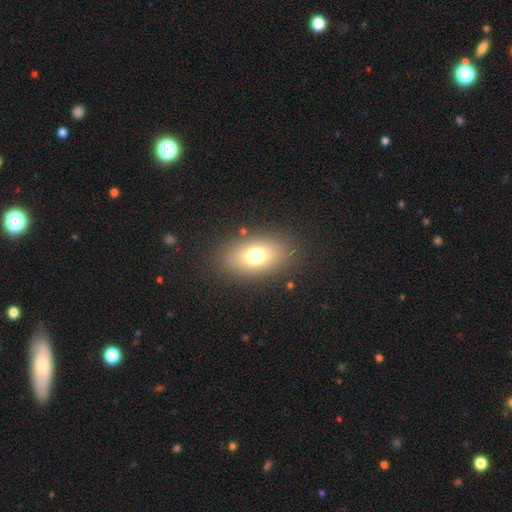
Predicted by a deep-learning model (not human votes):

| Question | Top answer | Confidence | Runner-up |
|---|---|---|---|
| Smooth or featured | smooth | 72% | featured or disk (15%) |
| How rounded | in between | 84% | round (13%) |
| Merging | none | 85% | minor disturbance (9%) |